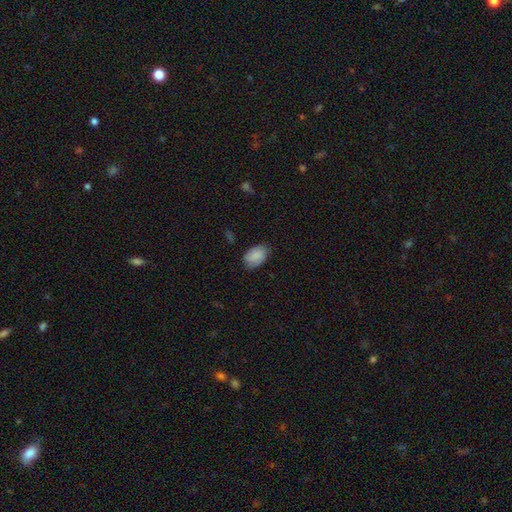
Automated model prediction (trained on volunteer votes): Smooth or featured? Predicted: smooth (p=0.84). How rounded? Predicted: in between (p=0.89). Merging? Predicted: none (p=0.75).